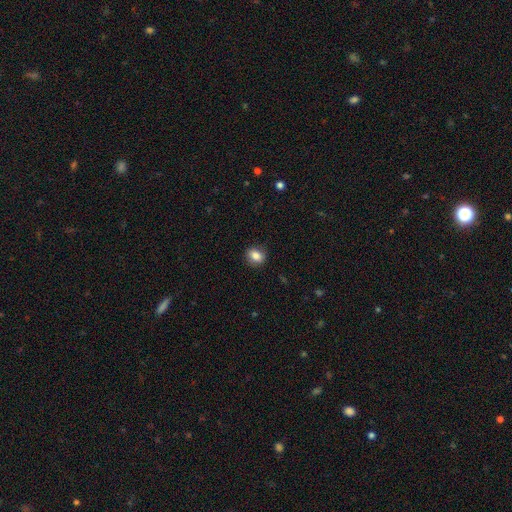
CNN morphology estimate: A smooth galaxy with no disk features (83%) that is round (51%).

Vote fractions:
- Smooth or featured? smooth: 83% / star or artifact: 9% / featured or disk: 8%
- How rounded? round: 51% / in between: 48% / cigar-shaped: 1%
- Merging? none: 87% / minor disturbance: 10% / major disturbance: 3% / merger: 1%